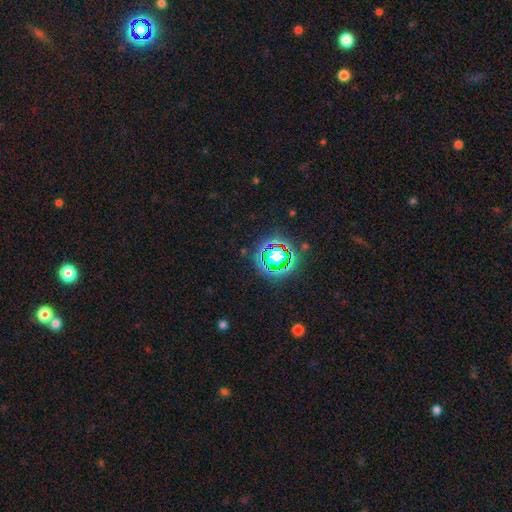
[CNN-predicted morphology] Smooth or featured: star or artifact — 81% (smooth — 13%)